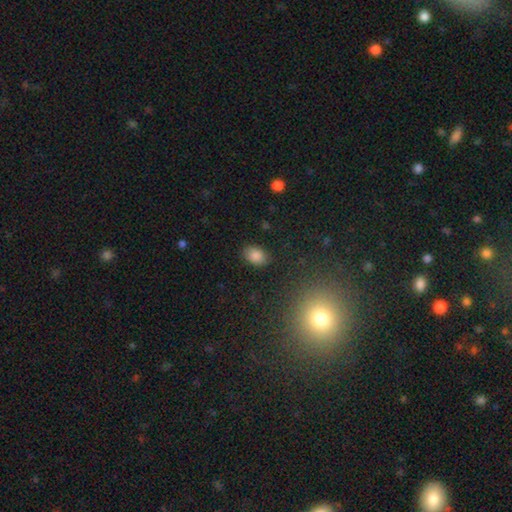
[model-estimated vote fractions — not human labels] Smooth or featured? Predicted: smooth (p=0.85). How rounded? Predicted: in between (p=0.79). Merging? Predicted: none (p=0.83).